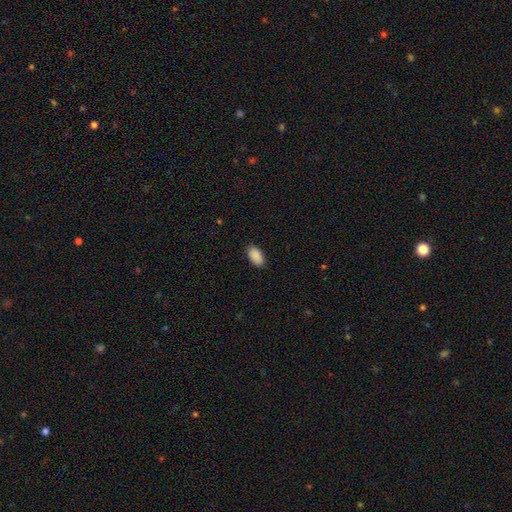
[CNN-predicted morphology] The model was most divided on "merging": none: 88%, minor disturbance: 9%, major disturbance: 2%, merger: 1%. More confident: how rounded — in between (95%); smooth or featured — smooth (91%).